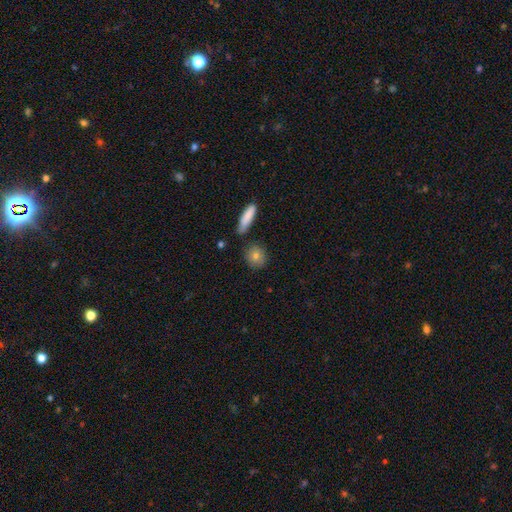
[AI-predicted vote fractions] smooth-or-featured: smooth: 79% | featured or disk: 12% | star or artifact: 8%
  how-rounded: round: 69% | in between: 26% | cigar-shaped: 5%
  merging: none: 80% | minor disturbance: 12% | merger: 5% | major disturbance: 3%